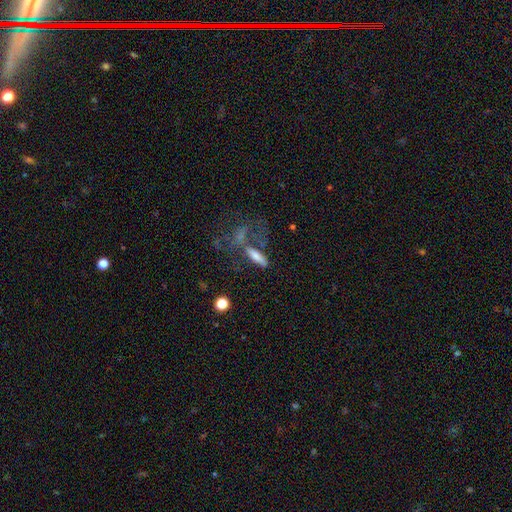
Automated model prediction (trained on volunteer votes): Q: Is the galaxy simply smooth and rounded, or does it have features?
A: smooth — 54%.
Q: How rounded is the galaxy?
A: cigar-shaped — 55%.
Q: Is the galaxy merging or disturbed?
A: none — 40%.